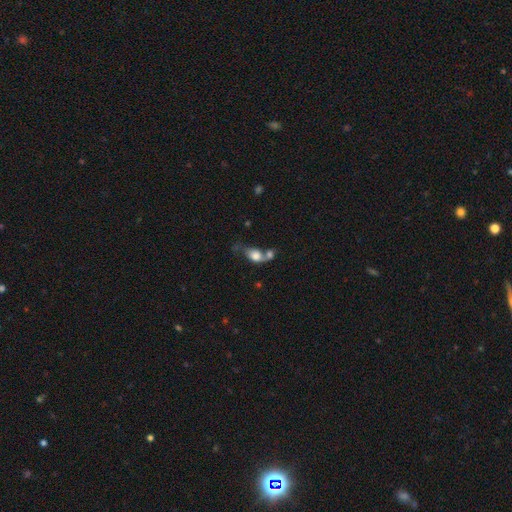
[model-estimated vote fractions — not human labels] This is likely a smooth galaxy (68%). How rounded: likely in between (64%). Merging: possibly merger (58%).